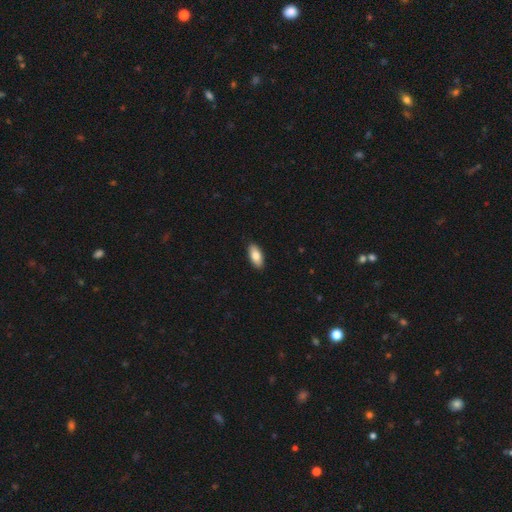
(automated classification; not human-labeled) A smooth galaxy with no disk features (84%) that is in between round and cigar-shaped (88%). Merging: none (90%).